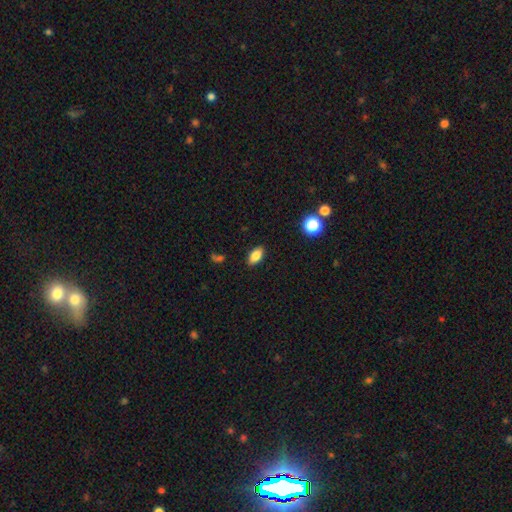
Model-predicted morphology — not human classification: The model was most divided on "smooth or featured": smooth: 84%, star or artifact: 9%, featured or disk: 7%. More confident: how rounded — in between (90%); merging — none (89%).